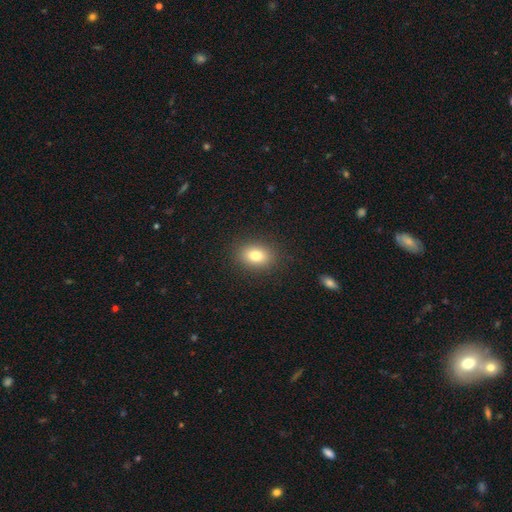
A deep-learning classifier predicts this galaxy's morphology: Smooth or featured?
  - smooth: 80% *
  - star or artifact: 11%
  - featured or disk: 10%
How rounded?
  - in between: 67% *
  - round: 31%
  - cigar-shaped: 1%
Merging?
  - none: 88% *
  - minor disturbance: 8%
  - major disturbance: 3%
  - merger: 1%